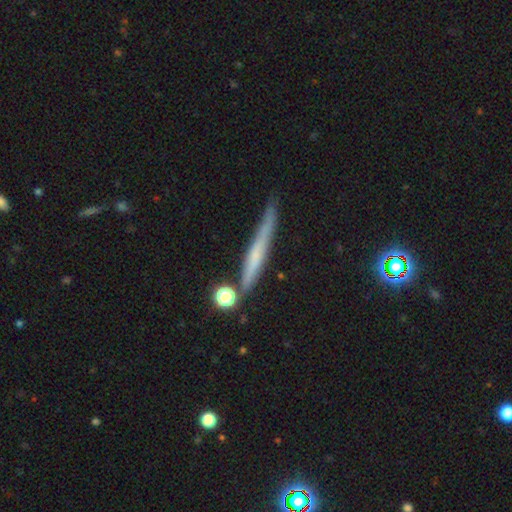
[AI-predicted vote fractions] A featured or disk galaxy (46%).

Vote fractions:
- Smooth or featured? featured or disk: 46% / smooth: 44% / star or artifact: 10%
- Merging? none: 76% / minor disturbance: 15% / merger: 6% / major disturbance: 4%